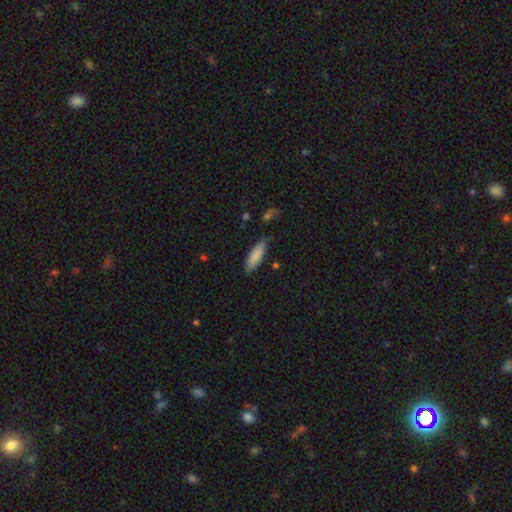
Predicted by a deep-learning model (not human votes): smooth_or_featured: smooth (p=0.86) [alt: featured or disk p=0.08]
how_rounded: cigar-shaped (p=0.51) [alt: in between p=0.48]
merging: none (p=0.83) [alt: minor disturbance p=0.12]